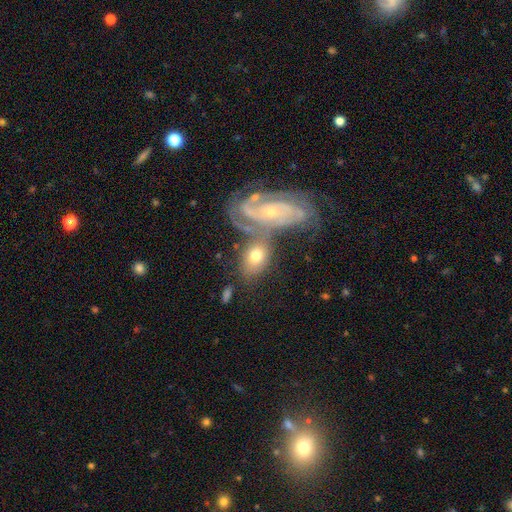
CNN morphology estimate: This appears to be a smooth galaxy with no disk features (47%). Merging: none (40%).